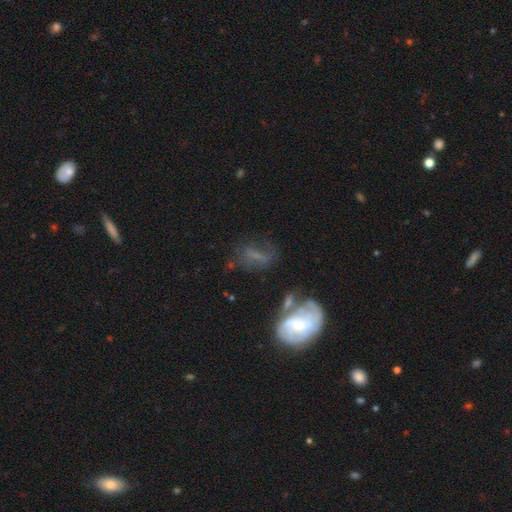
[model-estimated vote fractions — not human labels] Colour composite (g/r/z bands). It shows a featured or disk galaxy (52%). Merging: none (38%).